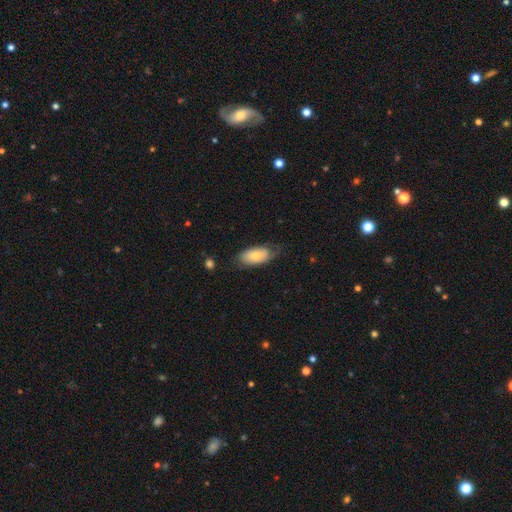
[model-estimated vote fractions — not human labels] A smooth galaxy with no disk features (72%) that is in between round and cigar-shaped (92%).

Vote fractions:
- Smooth or featured? smooth: 72% / featured or disk: 21% / star or artifact: 6%
- How rounded? in between: 92% / cigar-shaped: 6% / round: 3%
- Merging? none: 59% / minor disturbance: 29% / major disturbance: 10% / merger: 2%